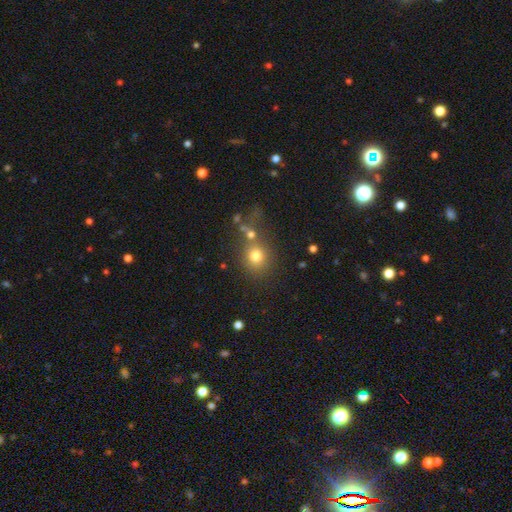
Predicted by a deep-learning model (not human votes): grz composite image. It shows a smooth galaxy with no disk features (75%) that is round (81%). Merging: none (58%).